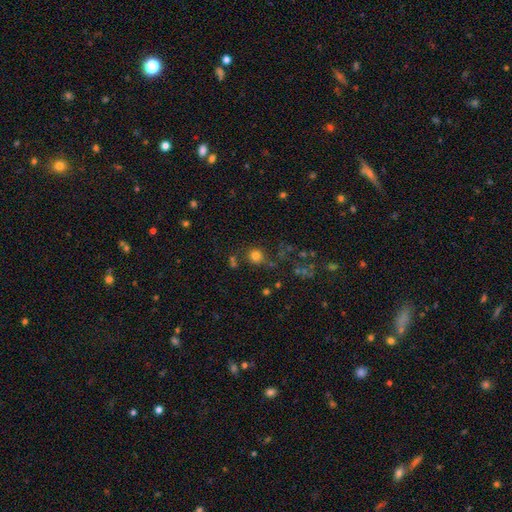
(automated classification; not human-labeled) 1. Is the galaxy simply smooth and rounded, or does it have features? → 76% smooth, 16% star or artifact, 8% featured or disk.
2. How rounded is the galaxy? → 91% round, 9% in between, 1% cigar-shaped.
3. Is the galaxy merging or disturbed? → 75% none, 12% minor disturbance, 8% merger, 6% major disturbance.